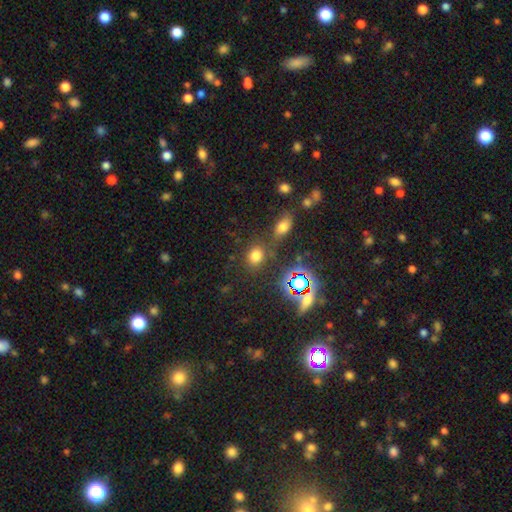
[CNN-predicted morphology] A smooth galaxy with no disk features (70%) that is round (55%).

Vote fractions:
- Smooth or featured? smooth: 70% / star or artifact: 23% / featured or disk: 7%
- How rounded? round: 55% / in between: 43% / cigar-shaped: 2%
- Merging? none: 75% / minor disturbance: 11% / merger: 9% / major disturbance: 5%